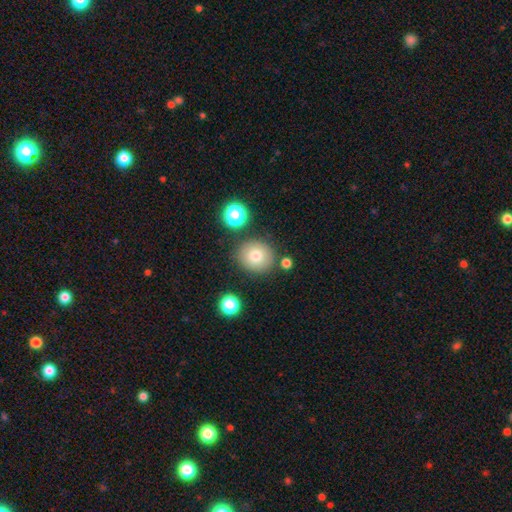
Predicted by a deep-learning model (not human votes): Overall: smooth (77%). How rounded: round (87%). Merging: none (82%).